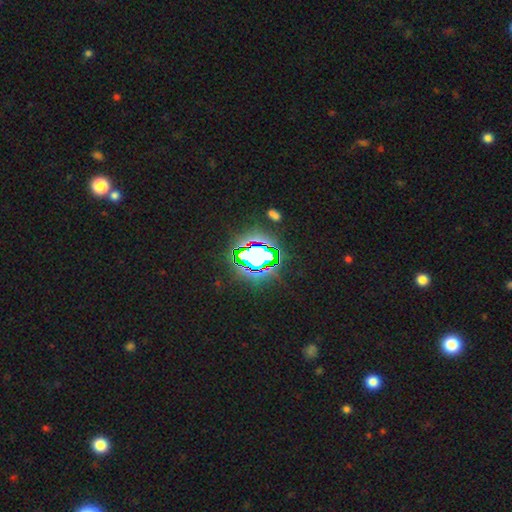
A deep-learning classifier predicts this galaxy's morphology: A star or artifact, not a galaxy (70%).